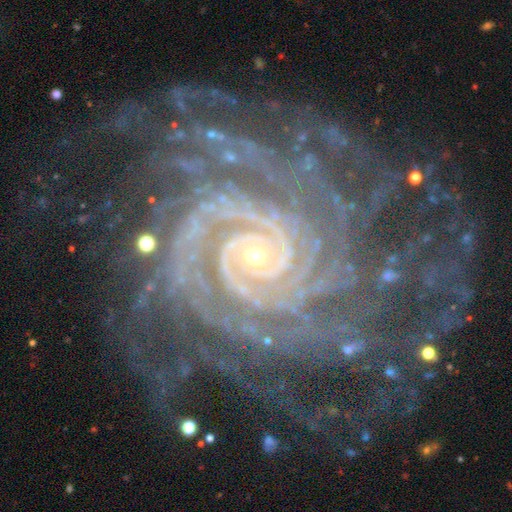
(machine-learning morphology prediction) type=featured or disk (92%); edge-on=no (98%); bar=no (62%); spiral arms=yes (99%); winding=tight (84%); arm count=more than 4 (23%); bulge=small (81%); merging=none (74%).